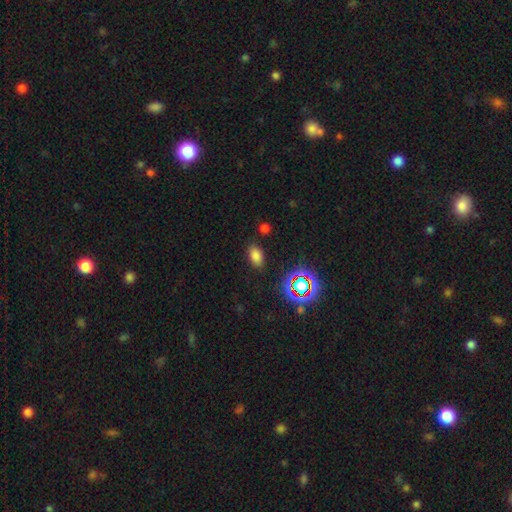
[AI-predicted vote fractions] Overall: smooth (75%). How rounded: in between (88%). Merging: none (84%).